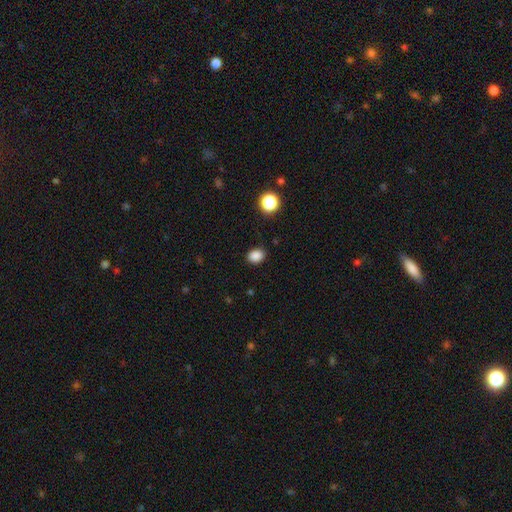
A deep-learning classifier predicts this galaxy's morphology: smooth-or-featured: smooth: 86% | star or artifact: 11% | featured or disk: 3%
  how-rounded: in between: 57% | round: 42% | cigar-shaped: 1%
  merging: none: 87% | minor disturbance: 9% | major disturbance: 2% | merger: 1%